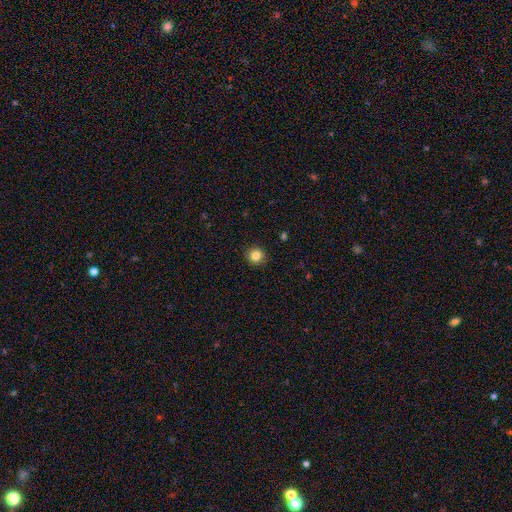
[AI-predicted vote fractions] Smooth or featured?
  - smooth: 84% *
  - star or artifact: 11%
  - featured or disk: 5%
How rounded?
  - round: 93% *
  - in between: 6%
  - cigar-shaped: 1%
Merging?
  - none: 92% *
  - minor disturbance: 5%
  - major disturbance: 2%
  - merger: 1%